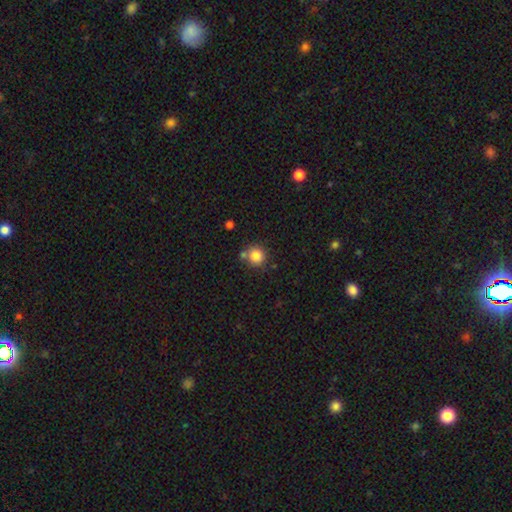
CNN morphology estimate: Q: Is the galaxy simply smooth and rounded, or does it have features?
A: smooth — 83%.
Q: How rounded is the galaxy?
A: round — 91%.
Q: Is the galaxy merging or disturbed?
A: none — 70%.